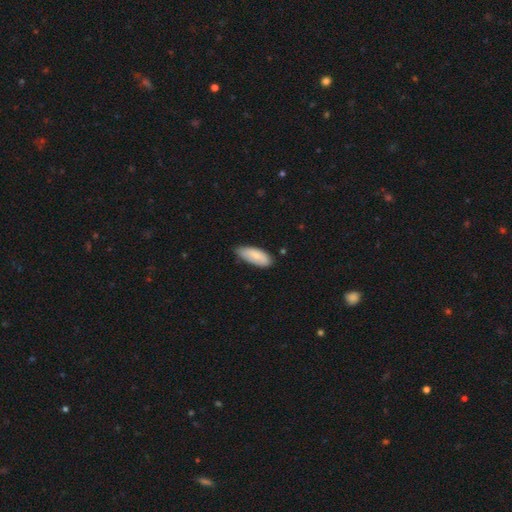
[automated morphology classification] type=smooth (77%); roundness=in between (82%); merging=none (67%).